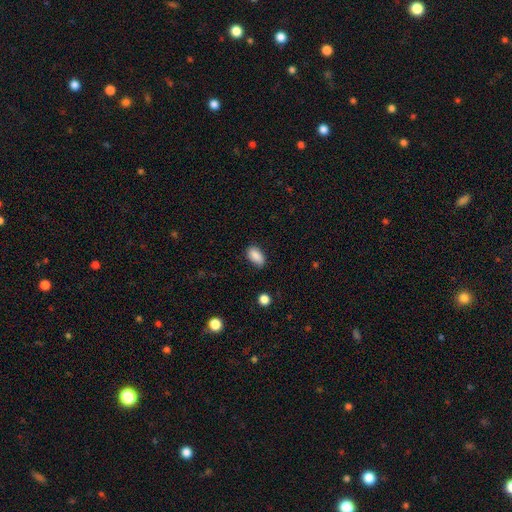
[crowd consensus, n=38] Smooth or featured? smooth (87%)
How rounded? in between (91%)
Merging? none (77%)